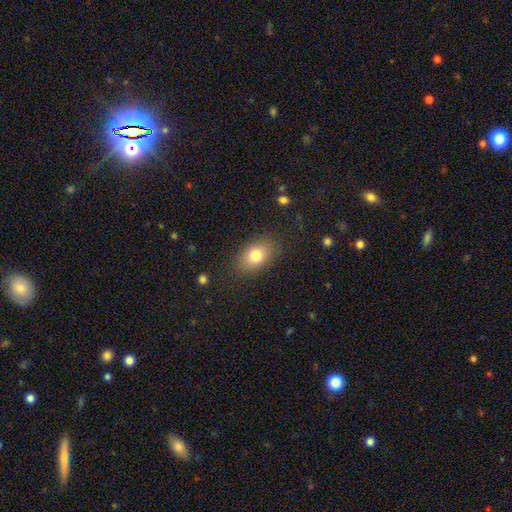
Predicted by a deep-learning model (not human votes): A smooth galaxy with no disk features (79%) that is in between round and cigar-shaped (80%).

Vote fractions:
- Smooth or featured? smooth: 79% / featured or disk: 11% / star or artifact: 10%
- How rounded? in between: 80% / round: 19% / cigar-shaped: 2%
- Merging? none: 84% / minor disturbance: 11% / major disturbance: 4% / merger: 1%